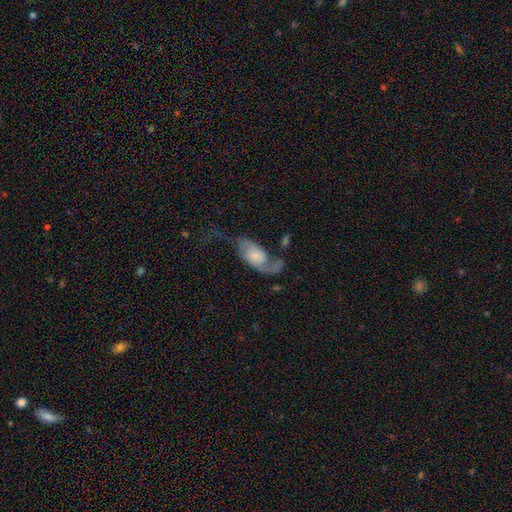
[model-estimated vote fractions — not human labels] A featured or disk galaxy (66%) with no bar (68%), 2 (66%) loose (67%) spiral arms (87%) and a moderate central bulge (25%).

Vote fractions:
- Smooth or featured? featured or disk: 66% / smooth: 27% / star or artifact: 7%
- Edge-on disk? no: 94% / yes: 6%
- Bar? no: 68% / weak: 26% / strong: 6%
- Spiral arms? yes: 87% / no: 13%
- Spiral winding? loose: 67% / medium: 24% / tight: 10%
- Spiral arm count? 2: 66% / 1: 26% / can't tell: 5% / 3: 1% / 4: 1% / more than 4: 1%
- Bulge size? moderate: 25% / small: 24% / none: 23% / large: 21% / dominant: 7%
- Merging? major disturbance: 44% / none: 29% / minor disturbance: 19% / merger: 8%